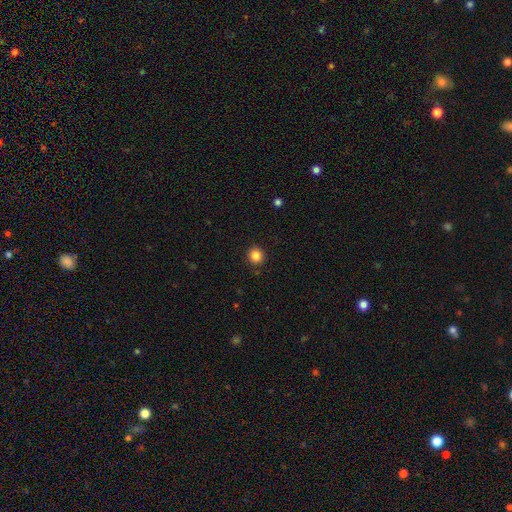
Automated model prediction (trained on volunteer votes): Q: Smooth or featured?
A: smooth (85%); runner-up: star or artifact (11%)
Q: How rounded?
A: round (92%); runner-up: in between (7%)
Q: Merging?
A: none (91%); runner-up: minor disturbance (6%)